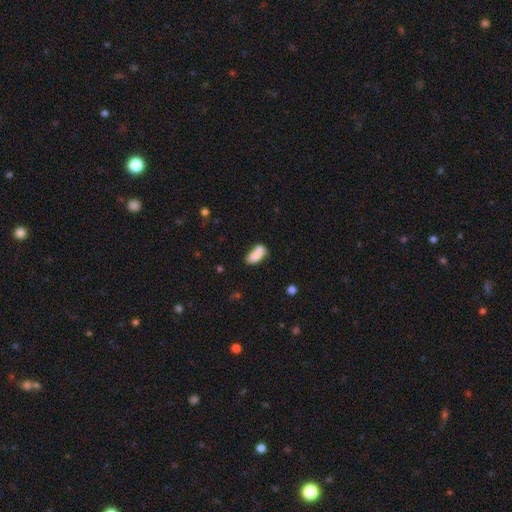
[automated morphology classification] Smooth or featured: smooth — 77% (featured or disk — 15%)
How rounded: in between — 84% (cigar-shaped — 11%)
Merging: merger — 47% (none — 33%)